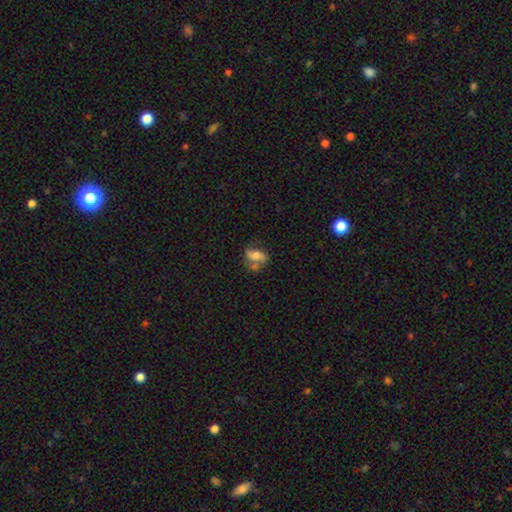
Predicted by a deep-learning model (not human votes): A featured or disk galaxy (47%).

Vote fractions:
- Smooth or featured? featured or disk: 47% / smooth: 43% / star or artifact: 10%
- Merging? none: 40% / minor disturbance: 24% / major disturbance: 19% / merger: 17%